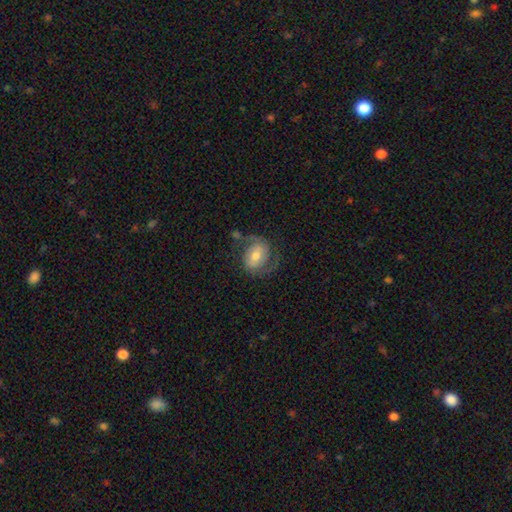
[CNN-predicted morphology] This appears to be a featured or disk galaxy (71%) with a weak bar (42%), 2 (85%) medium (48%) spiral arms (91%) and a moderate central bulge (61%). Merging: none (60%).